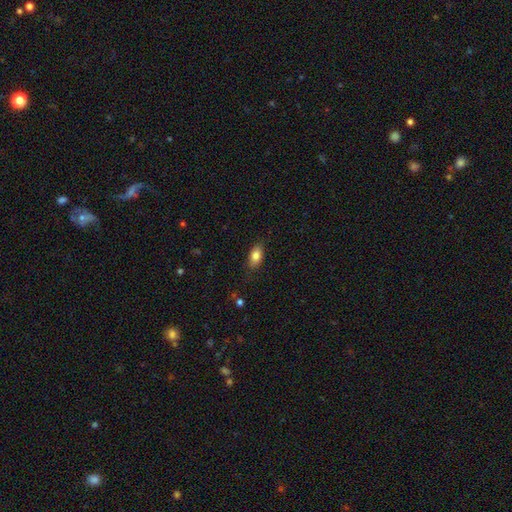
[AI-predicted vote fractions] smooth 82%, featured or disk 11%, star or artifact 8%. Down the decision tree: how rounded — in between (88%); merging — none (85%).